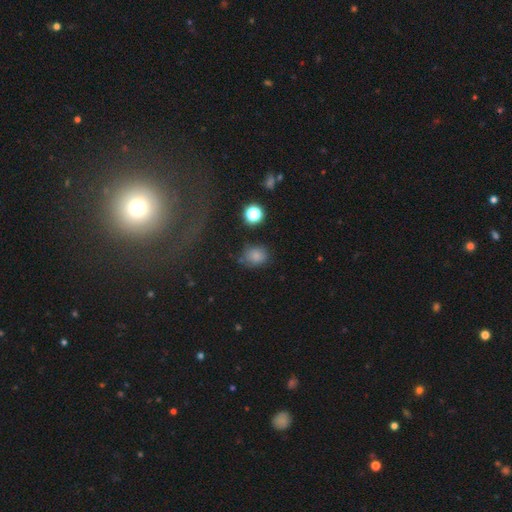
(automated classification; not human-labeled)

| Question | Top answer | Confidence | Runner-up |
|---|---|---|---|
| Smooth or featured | smooth | 77% | star or artifact (16%) |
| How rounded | round | 59% | in between (40%) |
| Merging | none | 68% | minor disturbance (21%) |